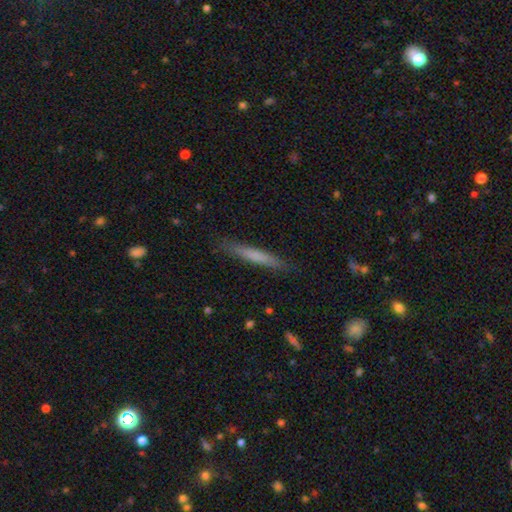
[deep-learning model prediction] smooth 66%, featured or disk 27%, star or artifact 6%. Down the decision tree: how rounded — cigar-shaped (95%); merging — none (87%).